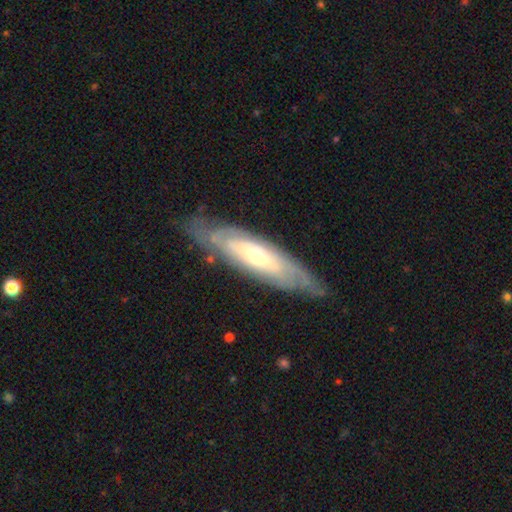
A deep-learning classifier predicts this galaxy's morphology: This is likely a featured or disk galaxy (69%). It is likely not viewed edge-on (68%). Merging: likely none (73%).